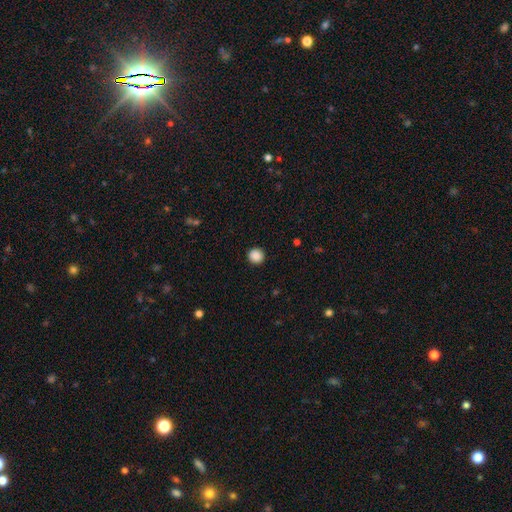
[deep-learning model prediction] Morphology: type=smooth (88%); roundness=round (94%); merging=none (92%).